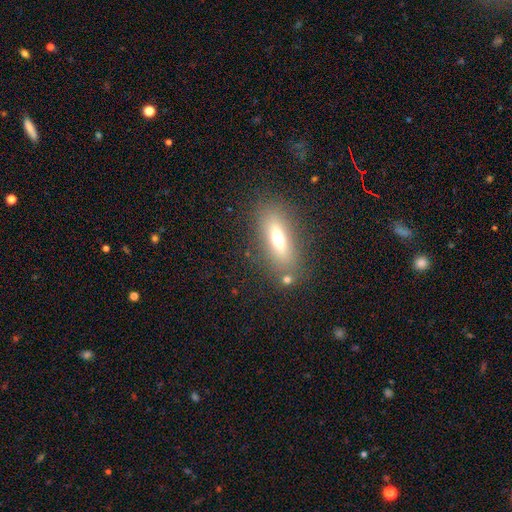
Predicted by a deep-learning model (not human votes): A smooth galaxy with no disk features (53%) that is in between round and cigar-shaped (56%).

Vote fractions:
- Smooth or featured? smooth: 53% / featured or disk: 34% / star or artifact: 13%
- How rounded? in between: 56% / cigar-shaped: 40% / round: 4%
- Merging? none: 81% / minor disturbance: 11% / major disturbance: 4% / merger: 4%